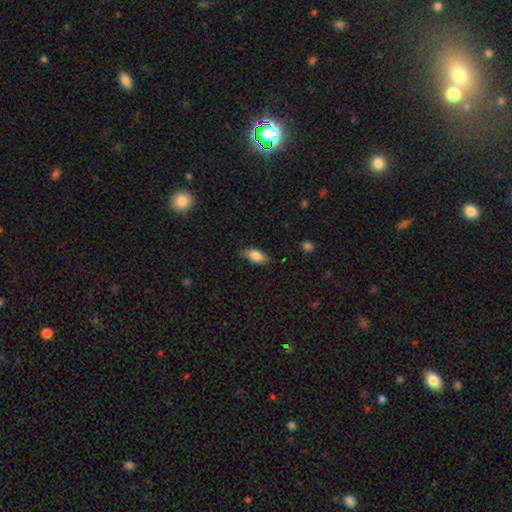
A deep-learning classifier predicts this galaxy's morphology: Smooth or featured? Predicted: smooth (p=0.80). How rounded? Predicted: in between (p=0.86). Merging? Predicted: none (p=0.81).